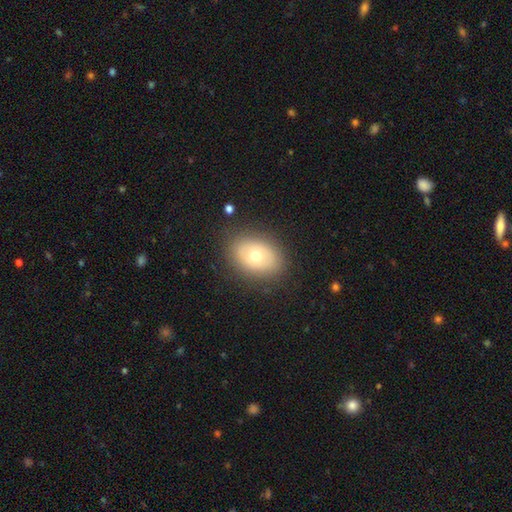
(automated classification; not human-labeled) This is likely a smooth galaxy (62%). How rounded: likely in between (74%). Merging: clearly none (85%).